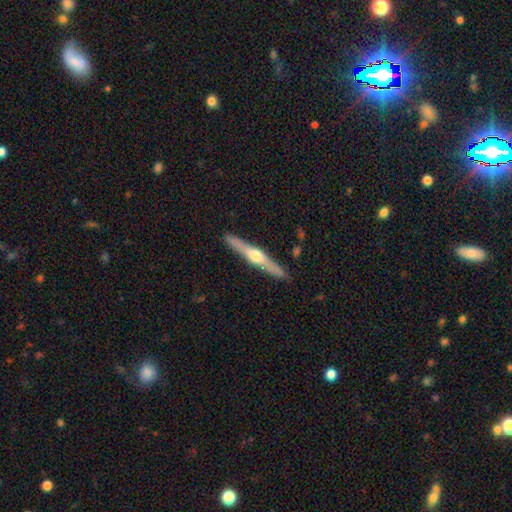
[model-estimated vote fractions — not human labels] Overall: featured or disk (68%). Edge-on disk: yes (97%). Edge-on bulge: rounded (92%). Merging: none (90%).